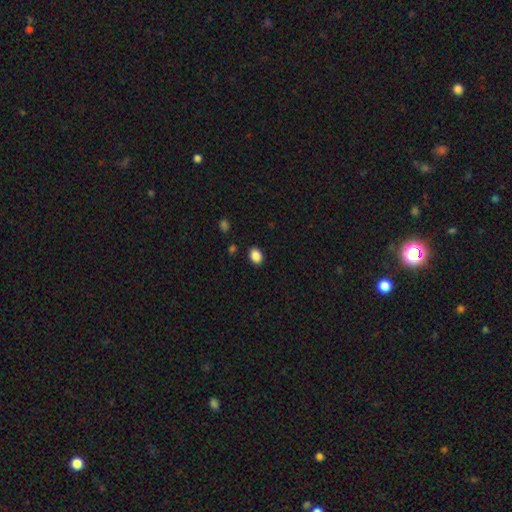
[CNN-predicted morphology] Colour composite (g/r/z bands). It shows a smooth galaxy with no disk features (88%) that is in between round and cigar-shaped (67%). Merging: none (89%).